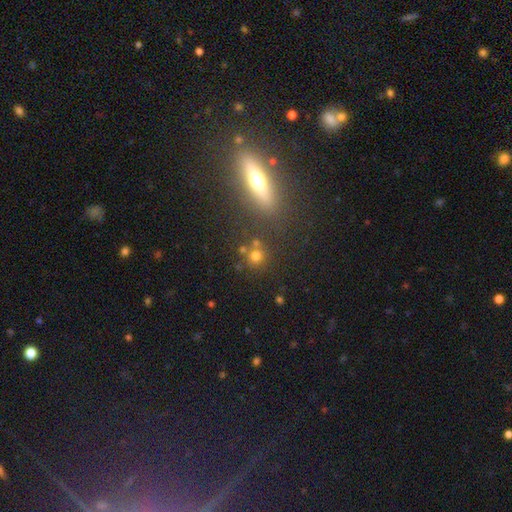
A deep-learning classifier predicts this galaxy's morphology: Smooth or featured: smooth — 68% (star or artifact — 22%)
How rounded: round — 89% (in between — 9%)
Merging: none — 71% (merger — 16%)